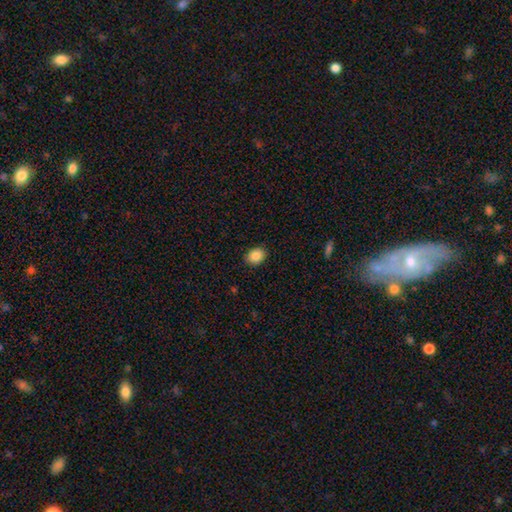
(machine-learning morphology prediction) The model was most divided on "how rounded": in between: 58%, round: 42%, cigar-shaped: 1%. More confident: merging — none (89%); smooth or featured — smooth (86%).